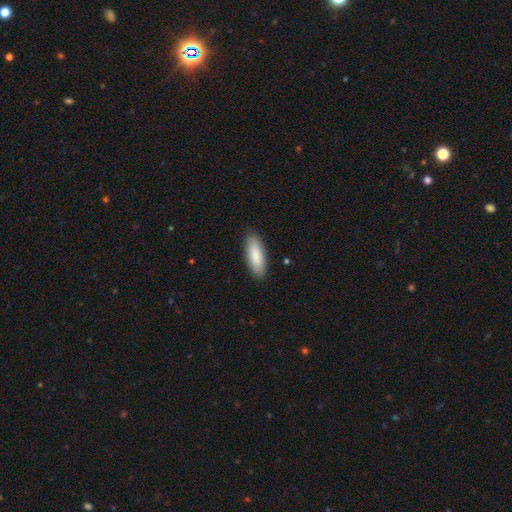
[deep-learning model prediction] This appears to be a smooth galaxy with no disk features (86%) that is in between round and cigar-shaped (68%). Merging: none (88%).